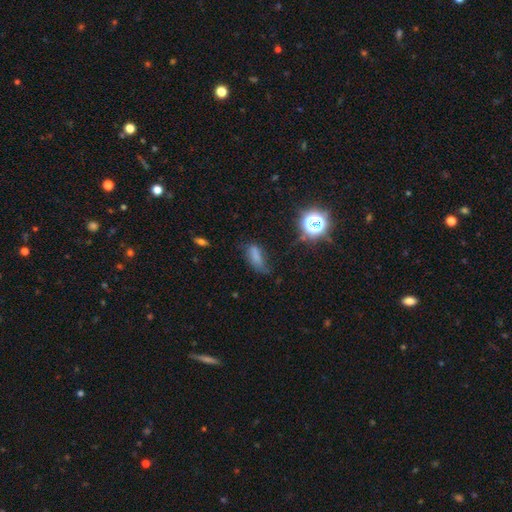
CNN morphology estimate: Smooth or featured? smooth (66%)
How rounded? in between (70%)
Merging? none (41%)